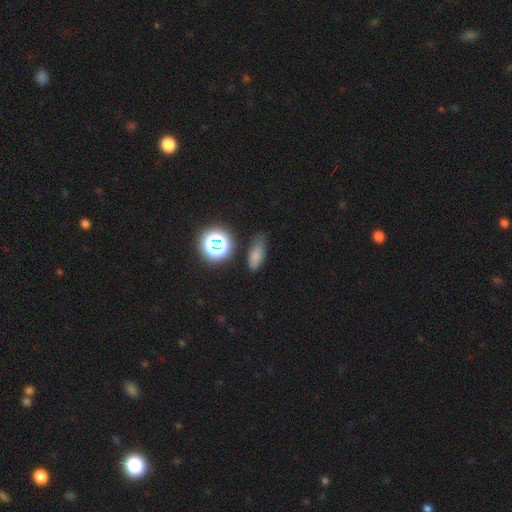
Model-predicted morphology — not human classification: smooth-or-featured: smooth: 72% | star or artifact: 20% | featured or disk: 8%
  how-rounded: in between: 73% | cigar-shaped: 17% | round: 10%
  merging: none: 66% | minor disturbance: 24% | major disturbance: 6% | merger: 3%